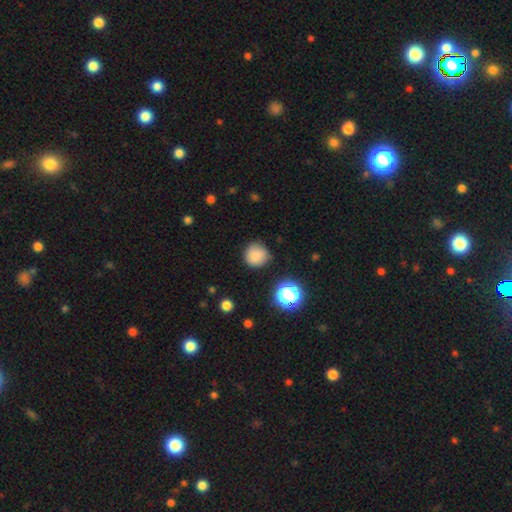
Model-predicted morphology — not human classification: The model was most divided on "merging": none: 79%, minor disturbance: 15%, major disturbance: 4%, merger: 2%. More confident: how rounded — round (92%); smooth or featured — smooth (82%).